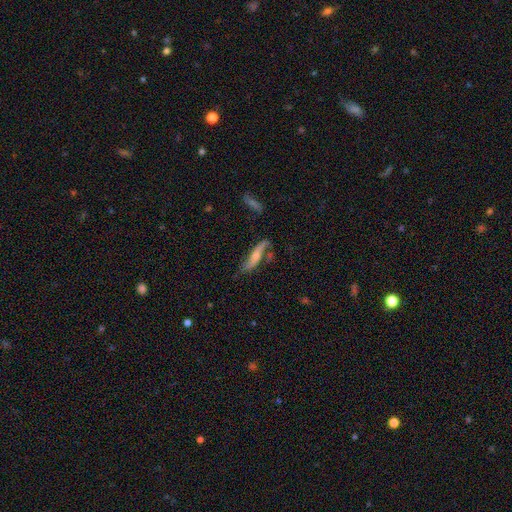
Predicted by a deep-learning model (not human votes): Smooth or featured? featured or disk (59%)
Edge-on disk? no (59%)
Merging? none (55%)